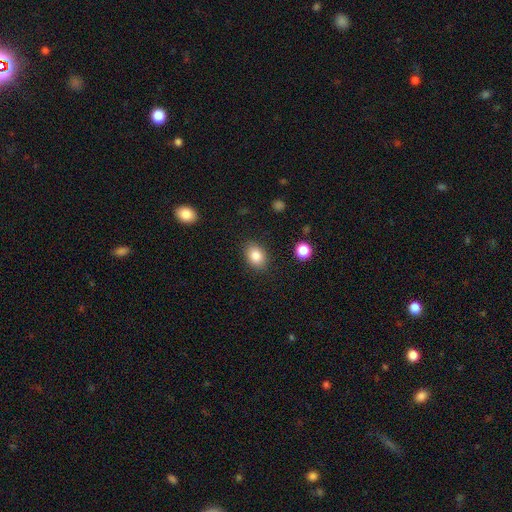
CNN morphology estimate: This is clearly a smooth galaxy (85%). How rounded: likely in between (74%). Merging: clearly none (85%).